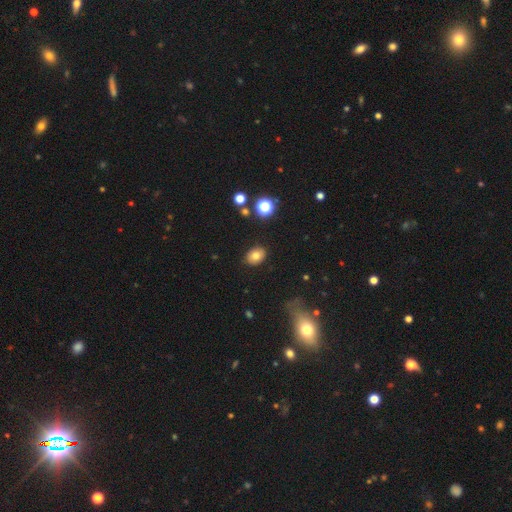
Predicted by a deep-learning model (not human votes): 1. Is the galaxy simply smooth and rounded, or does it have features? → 78% smooth, 11% star or artifact, 11% featured or disk.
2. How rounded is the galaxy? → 66% in between, 32% round, 1% cigar-shaped.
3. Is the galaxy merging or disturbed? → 86% none, 10% minor disturbance, 3% major disturbance, 1% merger.